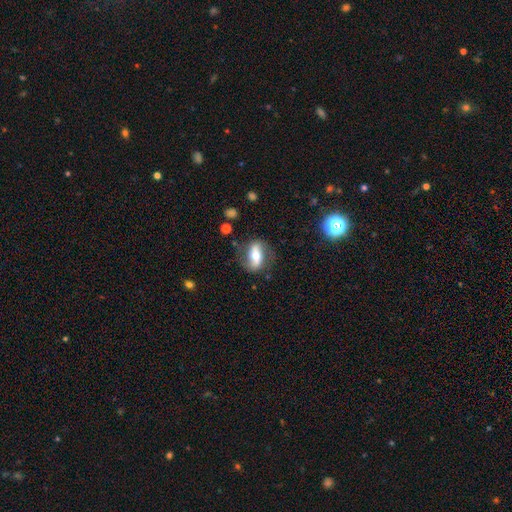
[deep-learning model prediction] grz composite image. It shows a featured or disk galaxy (57%). Merging: none (74%).